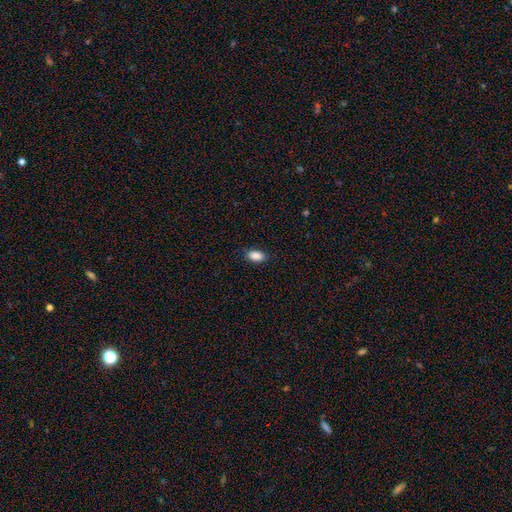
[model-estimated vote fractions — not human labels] This appears to be a smooth galaxy with no disk features (89%) that is in between round and cigar-shaped (91%). Merging: none (85%).